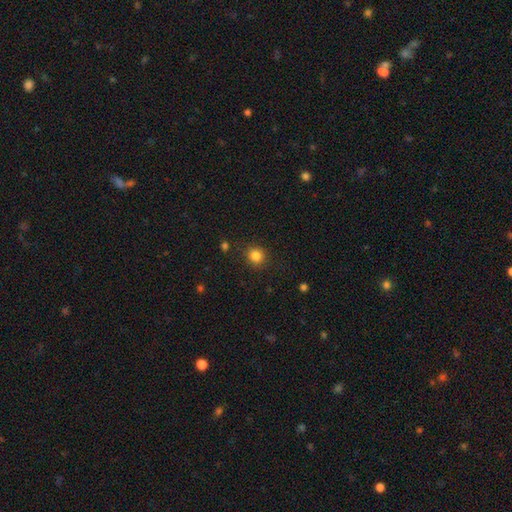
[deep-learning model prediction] Smooth or featured: smooth — 84% (star or artifact — 12%)
How rounded: round — 85% (in between — 14%)
Merging: none — 88% (minor disturbance — 8%)